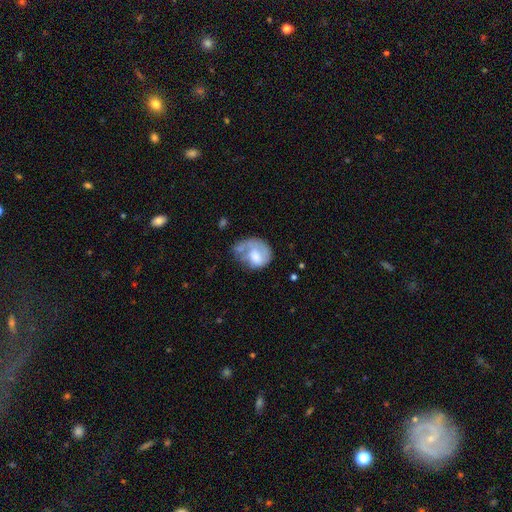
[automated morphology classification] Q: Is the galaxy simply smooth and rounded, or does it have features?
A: smooth — 48%.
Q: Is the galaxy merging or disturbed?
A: none — 37%.